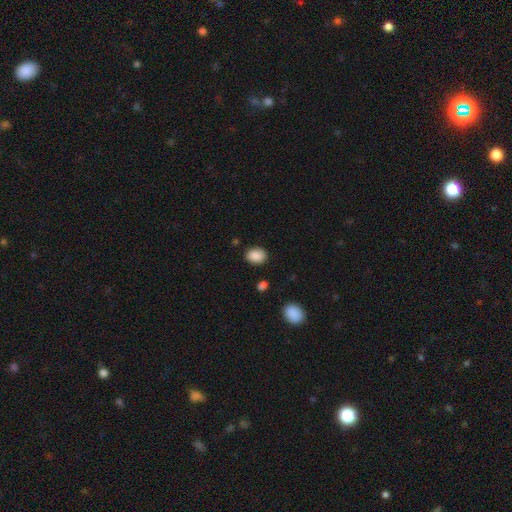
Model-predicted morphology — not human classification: smooth 88%, star or artifact 8%, featured or disk 4%. Down the decision tree: how rounded — in between (66%); merging — none (85%).